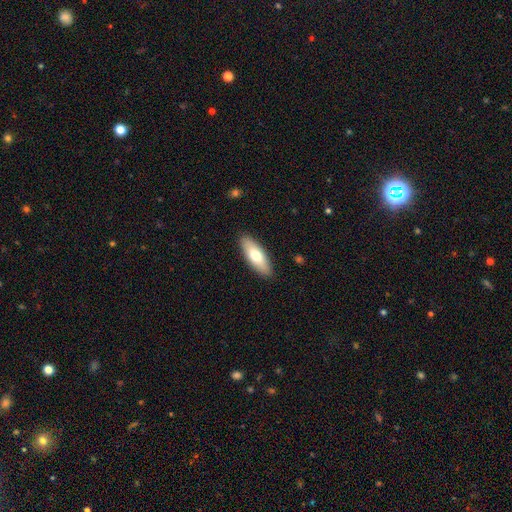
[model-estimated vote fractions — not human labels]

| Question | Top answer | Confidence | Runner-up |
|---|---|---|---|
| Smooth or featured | smooth | 70% | featured or disk (24%) |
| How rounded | in between | 65% | cigar-shaped (33%) |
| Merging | none | 89% | minor disturbance (8%) |